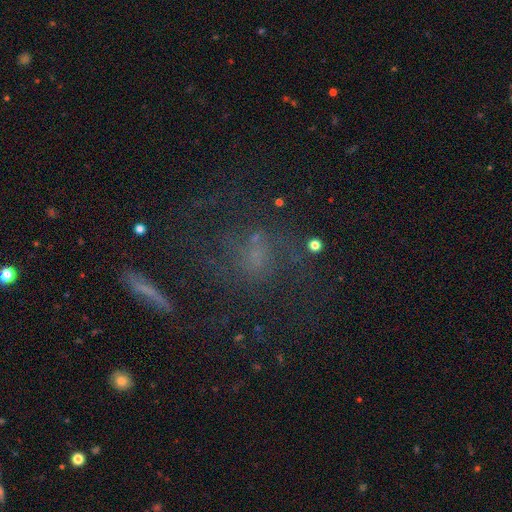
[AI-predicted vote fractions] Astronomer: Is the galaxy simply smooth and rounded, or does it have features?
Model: featured or disk — 43% (runner-up: smooth, 31%).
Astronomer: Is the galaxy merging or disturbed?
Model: none — 54%.